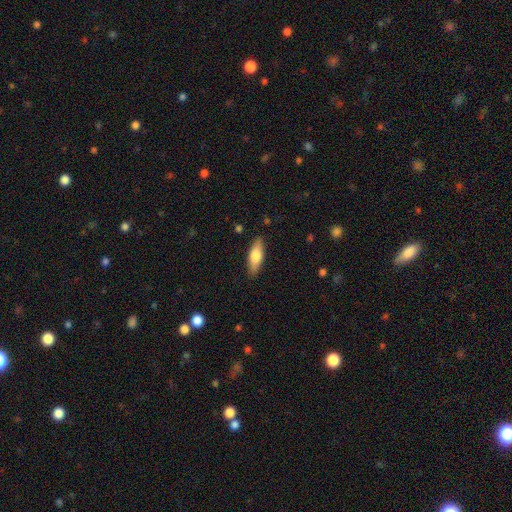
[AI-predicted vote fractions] smooth_or_featured: smooth (p=0.71) [alt: featured or disk p=0.24]
how_rounded: in between (p=0.60) [alt: cigar-shaped p=0.38]
merging: none (p=0.87) [alt: minor disturbance p=0.09]